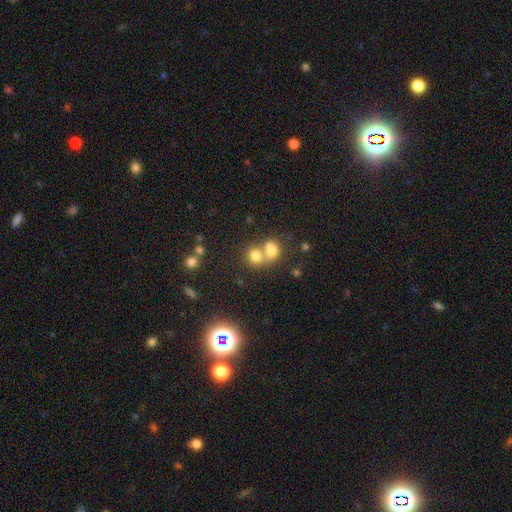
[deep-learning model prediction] Smooth or featured: smooth — 73% (featured or disk — 14%)
How rounded: round — 65% (in between — 34%)
Merging: merger — 61% (none — 29%)